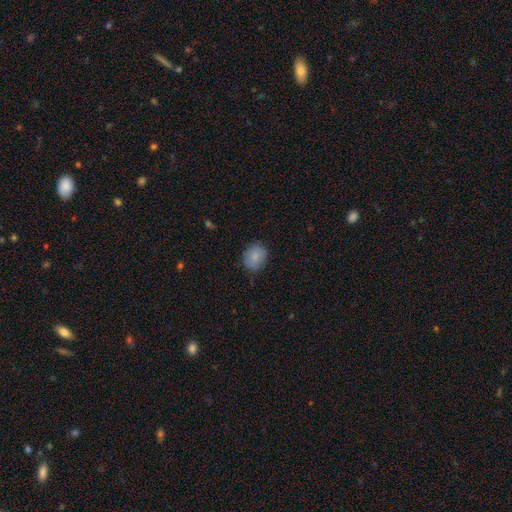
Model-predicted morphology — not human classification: A smooth galaxy with no disk features (83%) that is round (55%).

Vote fractions:
- Smooth or featured? smooth: 83% / featured or disk: 9% / star or artifact: 8%
- How rounded? round: 55% / in between: 44% / cigar-shaped: 1%
- Merging? none: 79% / minor disturbance: 16% / major disturbance: 4% / merger: 1%